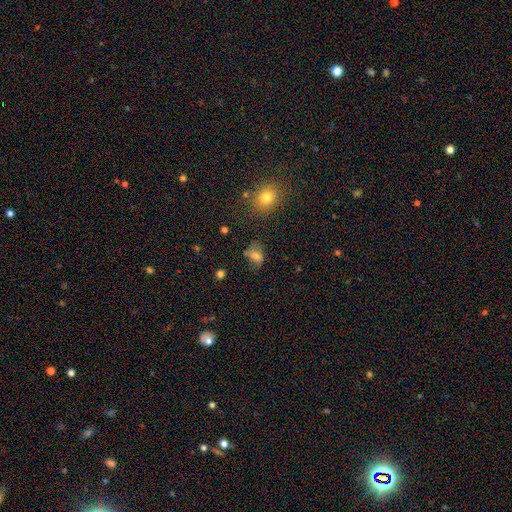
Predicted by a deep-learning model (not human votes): smooth 66%, featured or disk 19%, star or artifact 15%. Down the decision tree: how rounded — in between (67%); merging — none (63%).